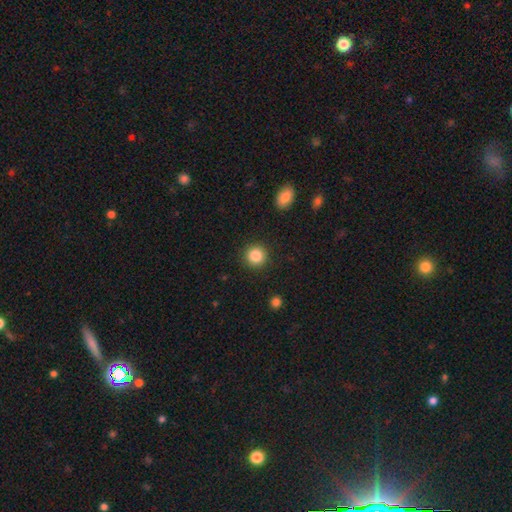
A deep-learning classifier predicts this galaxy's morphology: smooth 85%, star or artifact 10%, featured or disk 5%. Down the decision tree: how rounded — round (94%); merging — none (91%).